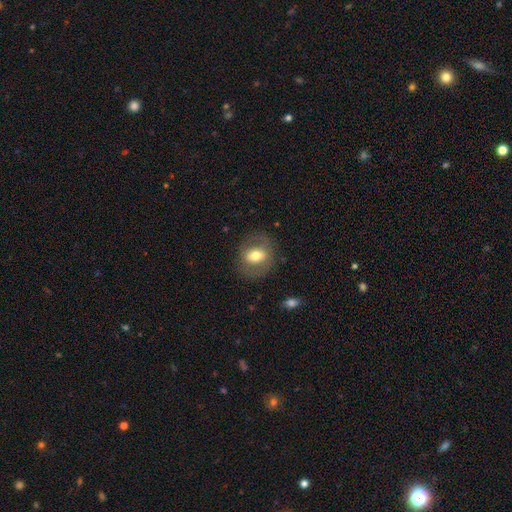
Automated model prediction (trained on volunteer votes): The model was most divided on "how rounded": round: 50%, in between: 49%, cigar-shaped: 1%. More confident: merging — none (78%); smooth or featured — smooth (59%).